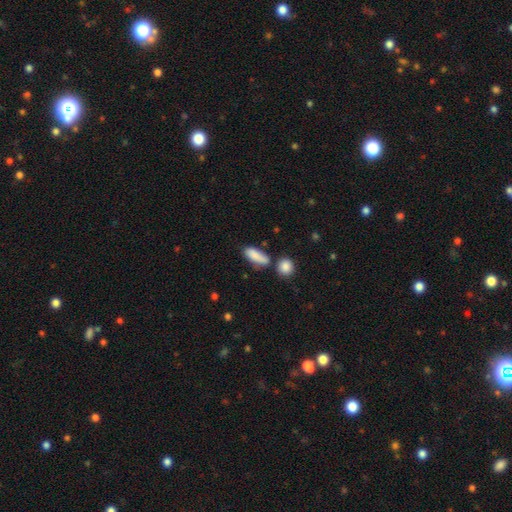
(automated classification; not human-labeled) A smooth galaxy with no disk features (86%) that is in between round and cigar-shaped (68%). Merging: none (56%).